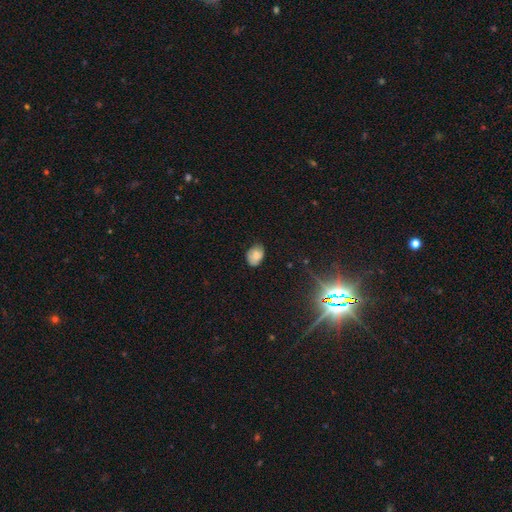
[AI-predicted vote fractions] Q: Smooth or featured?
A: smooth (76%); runner-up: featured or disk (12%)
Q: How rounded?
A: in between (74%); runner-up: round (25%)
Q: Merging?
A: none (66%); runner-up: minor disturbance (27%)